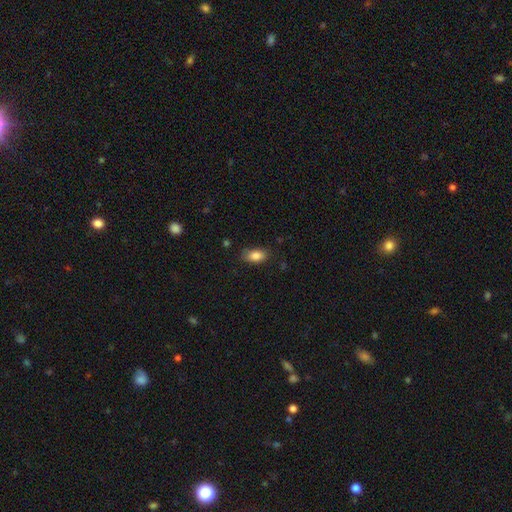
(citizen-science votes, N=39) A smooth galaxy with no disk features (90%) that is in between round and cigar-shaped (77%).

Vote fractions:
- Smooth or featured? smooth: 90% / star or artifact: 8% / featured or disk: 3%
- How rounded? in between: 77% / round: 20% / cigar-shaped: 3%
- Merging? none: 86% / minor disturbance: 6% / major disturbance: 6% / merger: 3%